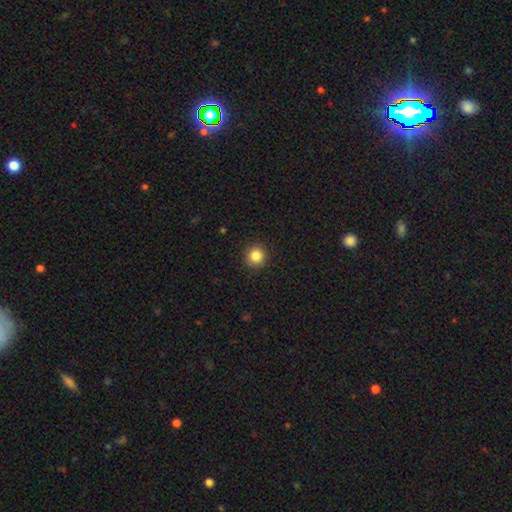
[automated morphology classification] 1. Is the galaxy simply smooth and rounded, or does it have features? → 85% smooth, 11% star or artifact, 5% featured or disk.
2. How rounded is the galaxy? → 93% round, 6% in between, 1% cigar-shaped.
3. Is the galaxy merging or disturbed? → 91% none, 6% minor disturbance, 2% major disturbance, 1% merger.